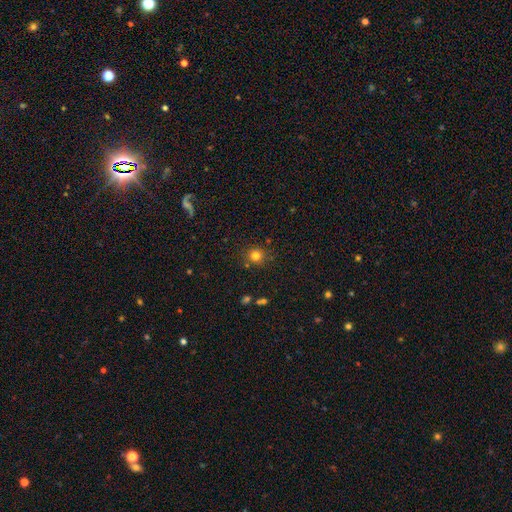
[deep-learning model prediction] This appears to be a smooth galaxy with no disk features (79%) that is round (91%). Merging: none (84%).